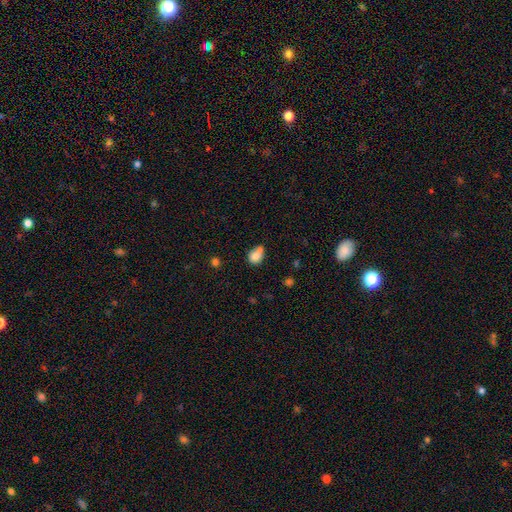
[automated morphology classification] smooth 80%, featured or disk 10%, star or artifact 10%. Down the decision tree: how rounded — round (50%); merging — none (37%).